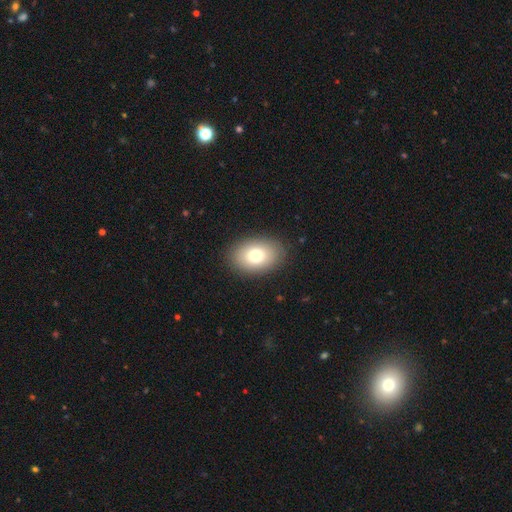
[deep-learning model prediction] A smooth galaxy with no disk features (76%) that is in between round and cigar-shaped (80%). Merging: none (88%).